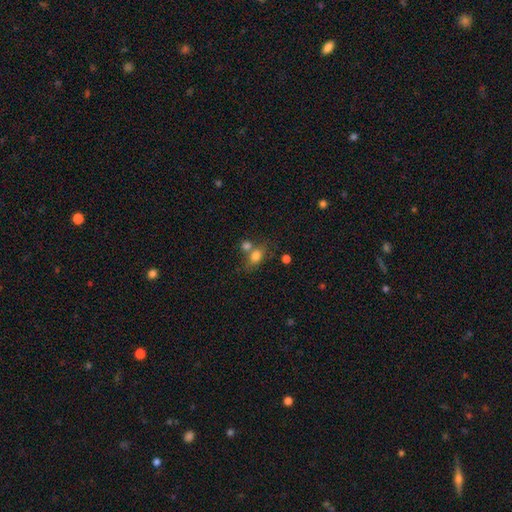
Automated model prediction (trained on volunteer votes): Smooth or featured? Predicted: smooth (p=0.77). How rounded? Predicted: in between (p=0.65). Merging? Predicted: none (p=0.45).